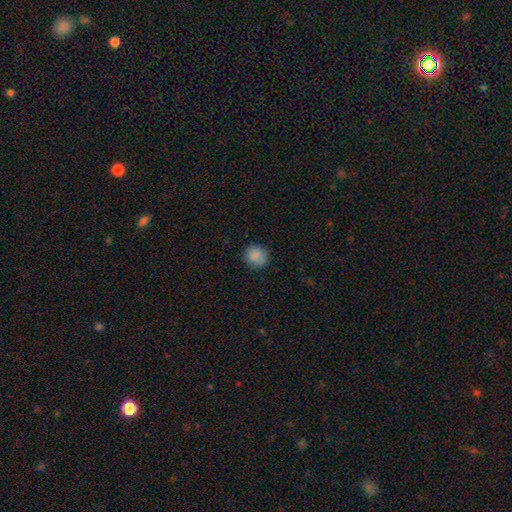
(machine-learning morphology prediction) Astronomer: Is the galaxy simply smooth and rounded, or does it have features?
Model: smooth — 87%.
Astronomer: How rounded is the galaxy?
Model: round — 82%.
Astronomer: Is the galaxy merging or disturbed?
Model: none — 86%.